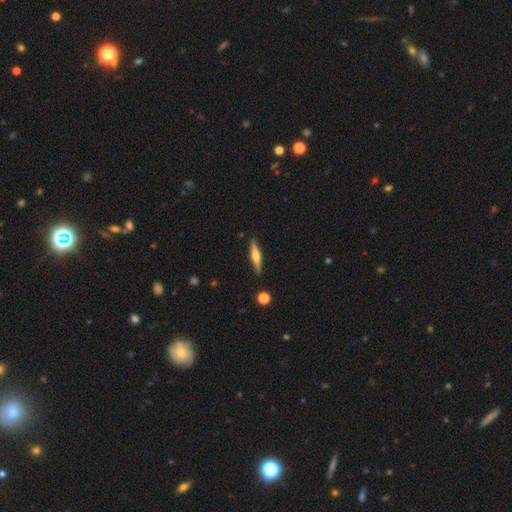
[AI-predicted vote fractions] Smooth or featured?
  - featured or disk: 57% *
  - smooth: 37%
  - star or artifact: 6%
Edge-on disk?
  - yes: 96% *
  - no: 4%
Edge-on bulge?
  - rounded: 88% *
  - boxy: 7%
  - none: 5%
Merging?
  - none: 88% *
  - minor disturbance: 9%
  - major disturbance: 2%
  - merger: 2%